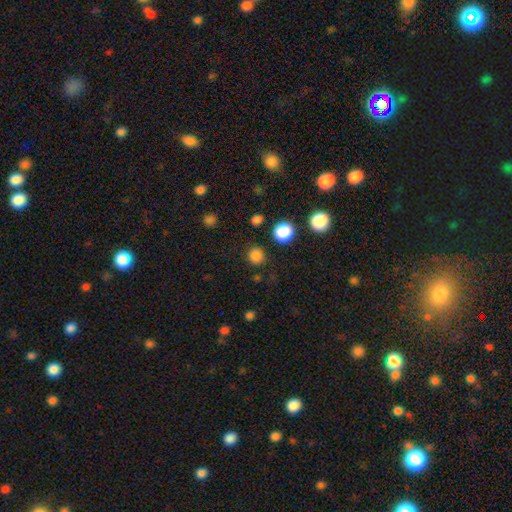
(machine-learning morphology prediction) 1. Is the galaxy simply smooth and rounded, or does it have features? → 81% smooth, 15% star or artifact, 4% featured or disk.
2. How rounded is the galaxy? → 90% round, 9% in between, 1% cigar-shaped.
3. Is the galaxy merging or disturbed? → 86% none, 8% minor disturbance, 3% major disturbance, 3% merger.